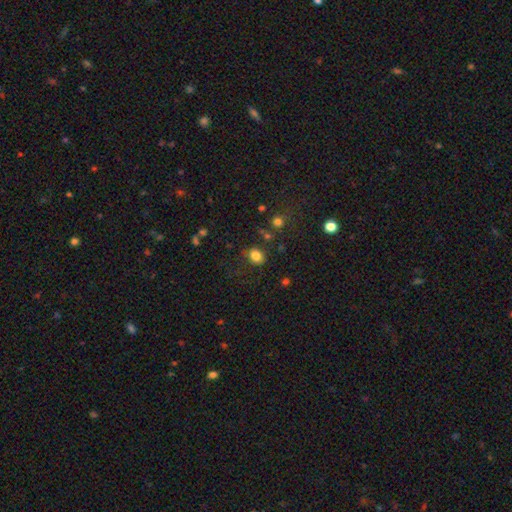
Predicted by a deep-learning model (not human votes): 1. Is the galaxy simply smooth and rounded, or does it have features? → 82% smooth, 12% star or artifact, 6% featured or disk.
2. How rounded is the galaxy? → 53% in between, 46% round, 1% cigar-shaped.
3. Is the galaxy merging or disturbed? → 74% none, 16% minor disturbance, 6% major disturbance, 4% merger.